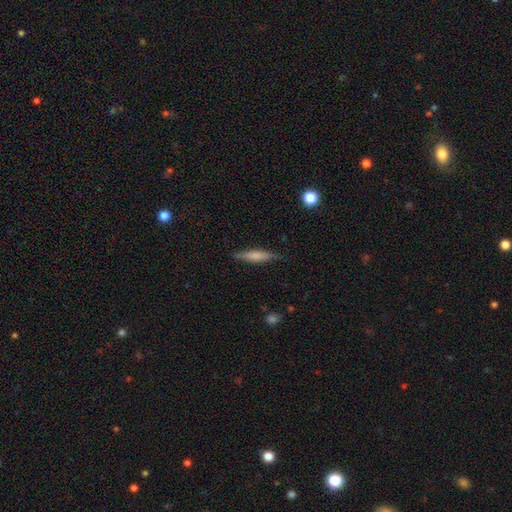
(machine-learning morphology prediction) smooth_or_featured: smooth (p=0.54) [alt: featured or disk p=0.39]
how_rounded: cigar-shaped (p=0.85) [alt: in between p=0.14]
merging: none (p=0.82) [alt: minor disturbance p=0.14]